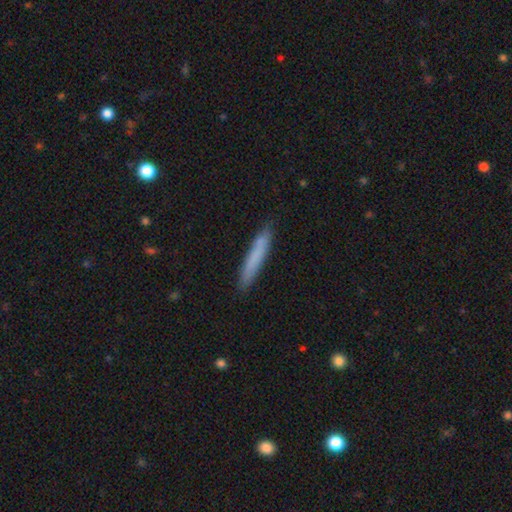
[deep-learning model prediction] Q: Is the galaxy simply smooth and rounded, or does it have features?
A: smooth — 75%.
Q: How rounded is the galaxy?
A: cigar-shaped — 95%.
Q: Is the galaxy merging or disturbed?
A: none — 87%.